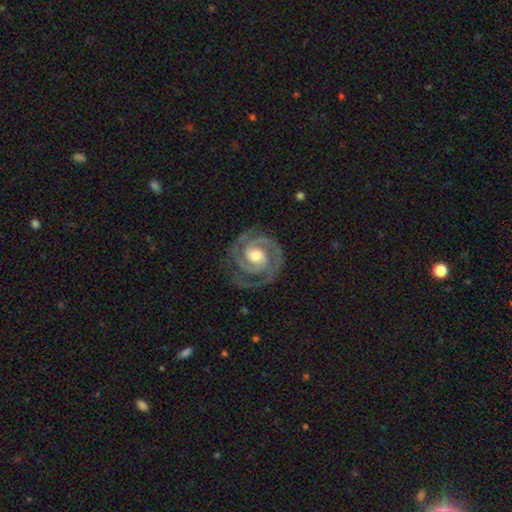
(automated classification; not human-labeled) A featured or disk galaxy (93%) with no bar (53%), 2 (70%) tight (70%) spiral arms (99%) and a moderate central bulge (67%).

Vote fractions:
- Smooth or featured? featured or disk: 93% / star or artifact: 4% / smooth: 4%
- Edge-on disk? no: 98% / yes: 2%
- Bar? no: 53% / weak: 33% / strong: 14%
- Spiral arms? yes: 99% / no: 1%
- Spiral winding? tight: 70% / medium: 28% / loose: 3%
- Spiral arm count? 2: 70% / 3: 18% / can't tell: 5% / 4: 3% / 1: 3% / more than 4: 2%
- Bulge size? moderate: 67% / small: 19% / large: 12% / none: 2% / dominant: 1%
- Merging? none: 80% / minor disturbance: 13% / major disturbance: 5% / merger: 1%